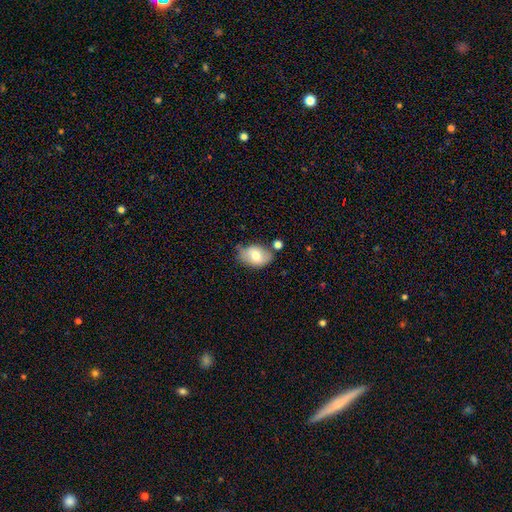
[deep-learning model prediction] This appears to be a smooth galaxy with no disk features (71%) that is in between round and cigar-shaped (87%). Merging: none (63%).